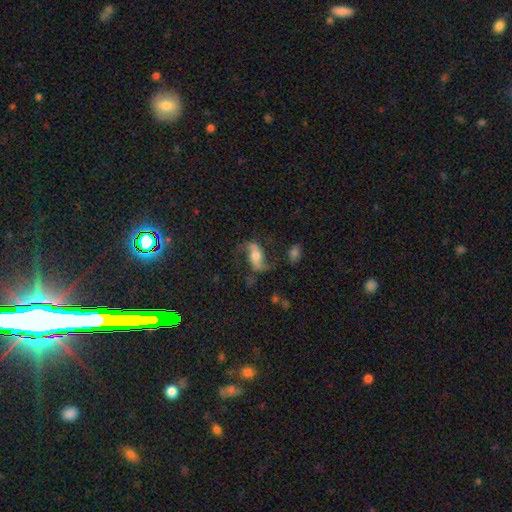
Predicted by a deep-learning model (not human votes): Smooth or featured? Predicted: featured or disk (p=0.76). Edge-on disk? Predicted: no (p=0.93). Bar? Predicted: no (p=0.38). Spiral arms? Predicted: yes (p=0.92). Spiral winding? Predicted: loose (p=0.76). Spiral arm count? Predicted: 2 (p=0.92). Bulge size? Predicted: moderate (p=0.55). Merging? Predicted: none (p=0.68).